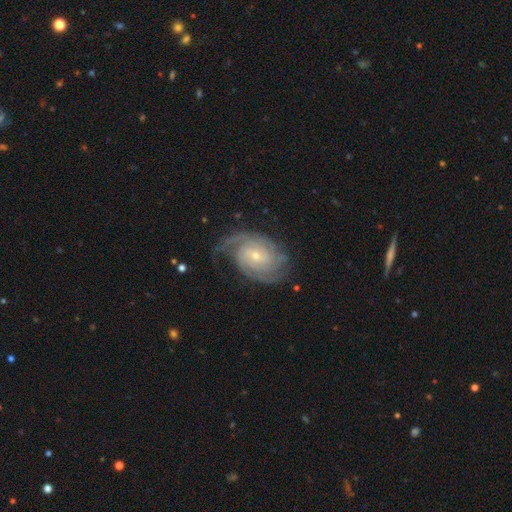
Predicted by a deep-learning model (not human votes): This is clearly a featured or disk galaxy (90%). It is clearly not viewed edge-on (97%). Bar: likely no (61%). Spiral arm pattern: clearly yes (98%). Spiral arm count: marginally 3 (24%, tied with 2). Spiral winding: likely tight (64%). Central bulge: likely small (71%). Merging: likely none (70%).